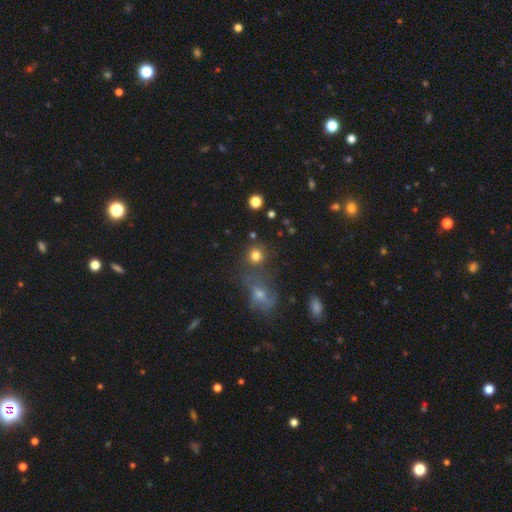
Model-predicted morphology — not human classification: Smooth or featured? Predicted: smooth (p=0.78). How rounded? Predicted: round (p=0.86). Merging? Predicted: none (p=0.64).